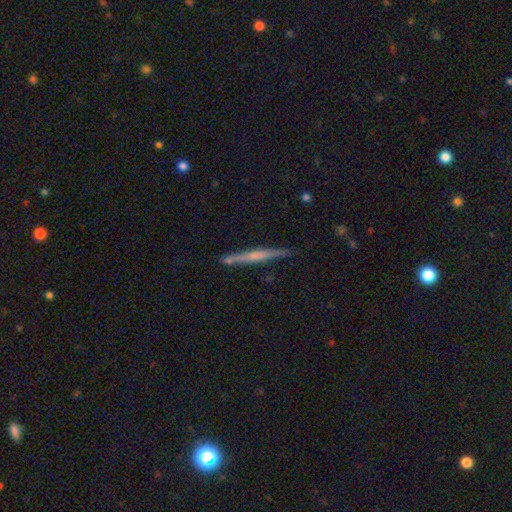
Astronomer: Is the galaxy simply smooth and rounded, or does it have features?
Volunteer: featured or disk — 60% (runner-up: smooth, 40%).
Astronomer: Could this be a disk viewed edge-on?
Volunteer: yes — 100%.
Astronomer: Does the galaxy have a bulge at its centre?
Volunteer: none — 62%.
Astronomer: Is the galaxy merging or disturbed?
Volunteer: none — 72%.